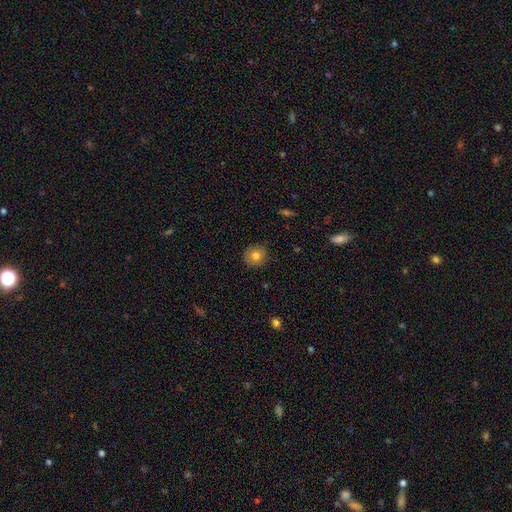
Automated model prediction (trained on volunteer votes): smooth-or-featured: smooth: 79% | featured or disk: 12% | star or artifact: 10%
  how-rounded: round: 93% | in between: 6% | cigar-shaped: 1%
  merging: none: 89% | minor disturbance: 8% | major disturbance: 2% | merger: 1%